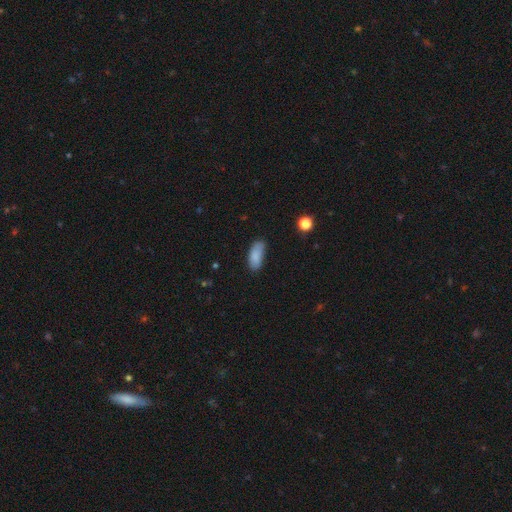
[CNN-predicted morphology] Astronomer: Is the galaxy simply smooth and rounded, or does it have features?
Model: smooth — 86%.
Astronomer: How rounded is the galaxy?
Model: in between — 85%.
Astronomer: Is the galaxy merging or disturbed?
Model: none — 71%.